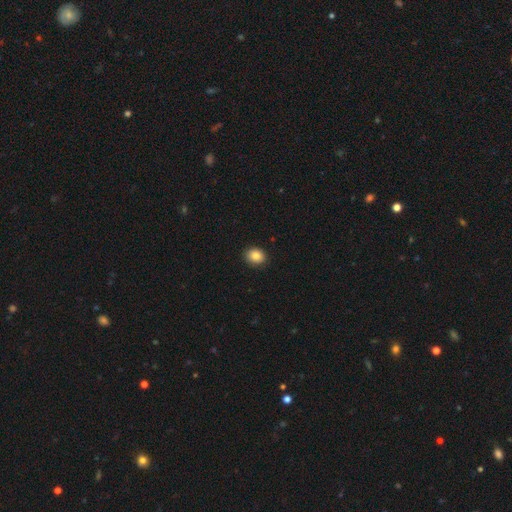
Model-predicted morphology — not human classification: This appears to be a smooth galaxy with no disk features (86%) that is round (62%). Merging: none (90%).